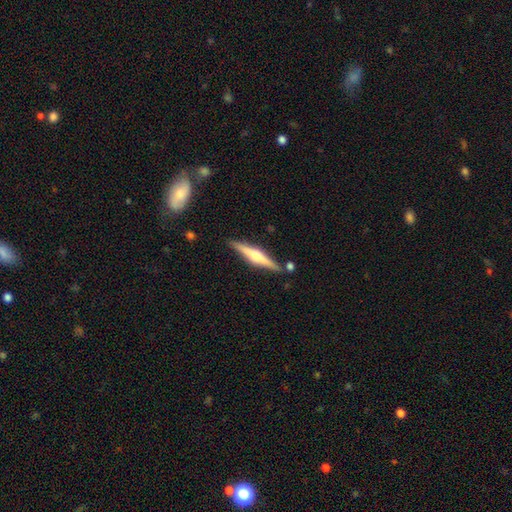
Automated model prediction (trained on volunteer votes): Smooth or featured?
  - featured or disk: 71% *
  - smooth: 24%
  - star or artifact: 5%
Edge-on disk?
  - yes: 98% *
  - no: 2%
Edge-on bulge?
  - rounded: 91% *
  - boxy: 5%
  - none: 3%
Merging?
  - none: 85% *
  - minor disturbance: 9%
  - merger: 4%
  - major disturbance: 2%